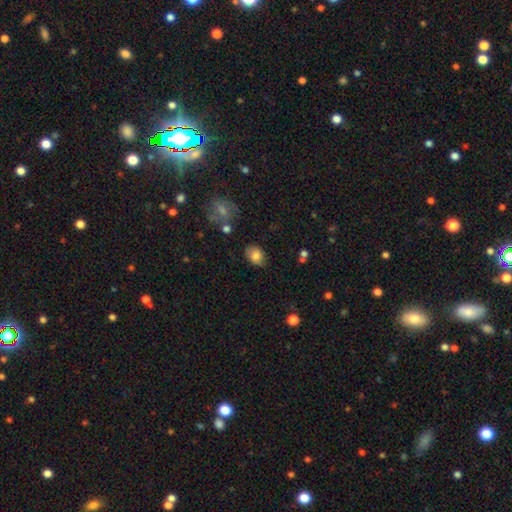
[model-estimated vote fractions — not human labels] This is clearly a smooth galaxy (81%). How rounded: likely in between (67%). Merging: likely none (76%).